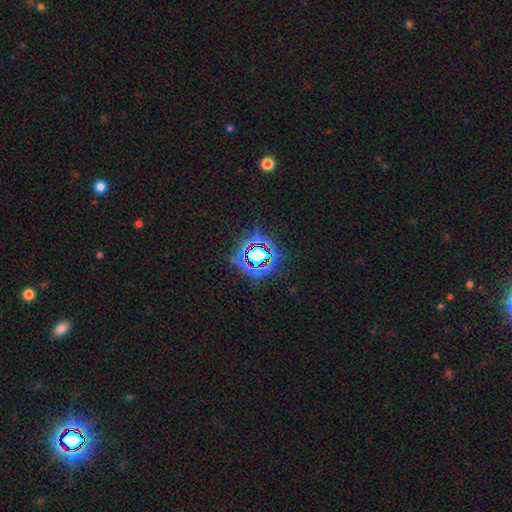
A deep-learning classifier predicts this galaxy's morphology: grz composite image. It shows a star or artifact, not a galaxy (74%).